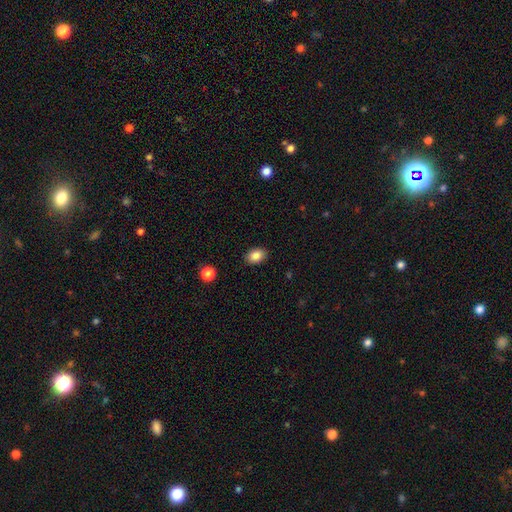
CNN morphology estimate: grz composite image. It shows a smooth galaxy with no disk features (85%) that is in between round and cigar-shaped (78%). Merging: none (88%).